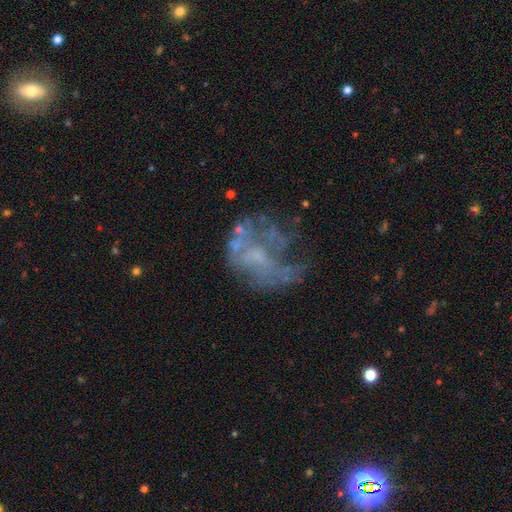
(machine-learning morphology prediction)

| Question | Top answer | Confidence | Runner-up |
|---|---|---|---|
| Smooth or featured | featured or disk | 62% | smooth (20%) |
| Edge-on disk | no | 98% | yes (2%) |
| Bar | no | 82% | weak (14%) |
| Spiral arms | no | 78% | yes (22%) |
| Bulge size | none | 54% | small (26%) |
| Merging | none | 39% | major disturbance (36%) |